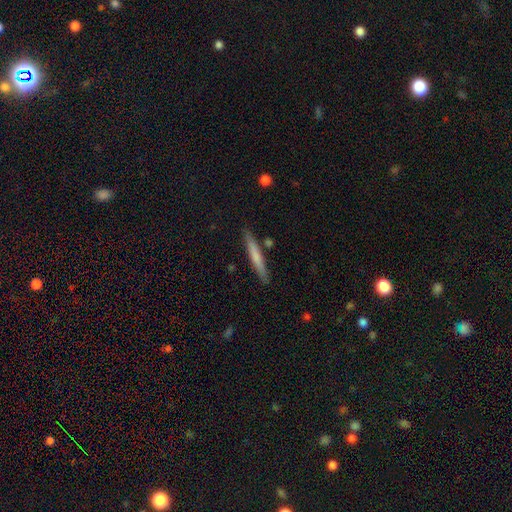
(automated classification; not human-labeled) This is likely a smooth galaxy (63%). How rounded: clearly cigar-shaped (95%). Merging: clearly none (86%).